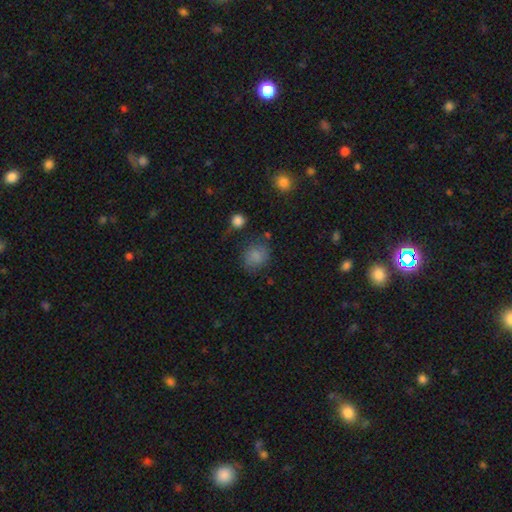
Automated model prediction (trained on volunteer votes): smooth_or_featured: smooth (p=0.78) [alt: star or artifact p=0.12]
how_rounded: round (p=0.65) [alt: in between p=0.34]
merging: none (p=0.65) [alt: minor disturbance p=0.21]